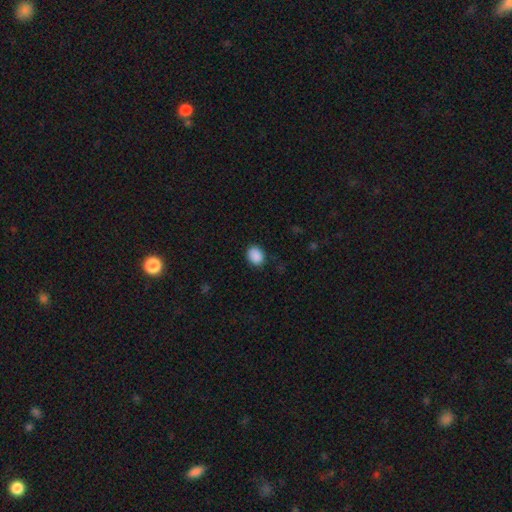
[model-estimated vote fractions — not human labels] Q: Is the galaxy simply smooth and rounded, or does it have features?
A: smooth — 89%.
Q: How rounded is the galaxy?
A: in between — 60%.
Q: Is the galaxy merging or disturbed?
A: none — 83%.